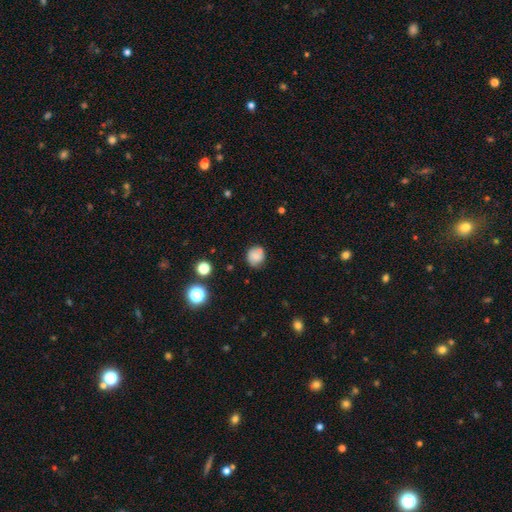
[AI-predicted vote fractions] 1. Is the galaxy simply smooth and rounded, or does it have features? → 67% smooth, 22% featured or disk, 11% star or artifact.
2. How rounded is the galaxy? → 81% round, 18% in between, 1% cigar-shaped.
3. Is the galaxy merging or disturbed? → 65% none, 18% minor disturbance, 11% merger, 5% major disturbance.